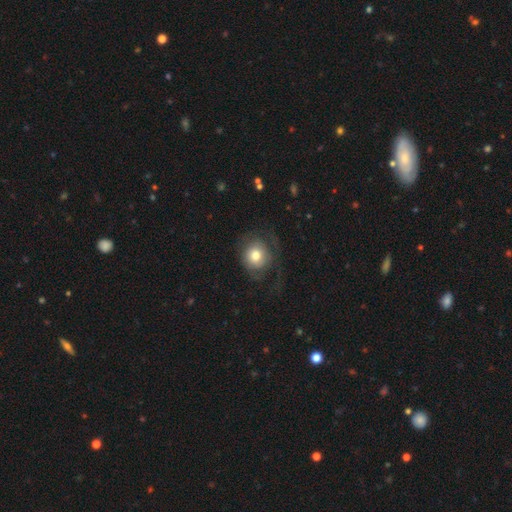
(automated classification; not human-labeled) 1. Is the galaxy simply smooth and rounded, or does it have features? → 67% smooth, 25% featured or disk, 8% star or artifact.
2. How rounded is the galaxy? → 83% round, 16% in between, 1% cigar-shaped.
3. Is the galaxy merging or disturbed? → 56% none, 25% major disturbance, 18% minor disturbance, 1% merger.